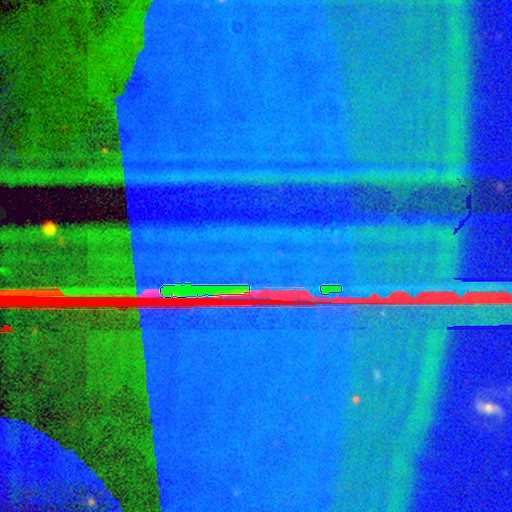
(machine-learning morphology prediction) This is clearly a star or artifact rather than a galaxy (87%).